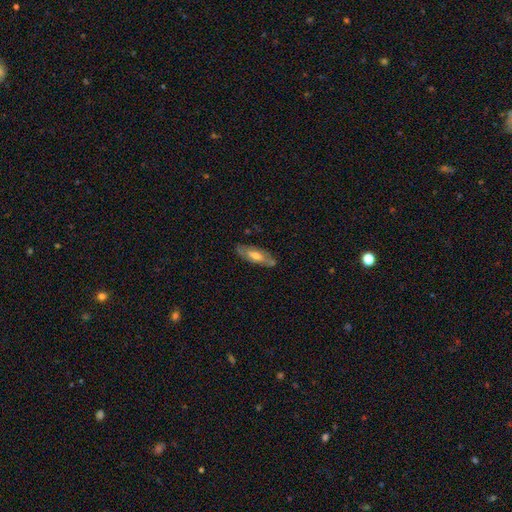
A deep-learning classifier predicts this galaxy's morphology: Smooth or featured? featured or disk (56%)
Edge-on disk? no (69%)
Merging? none (79%)